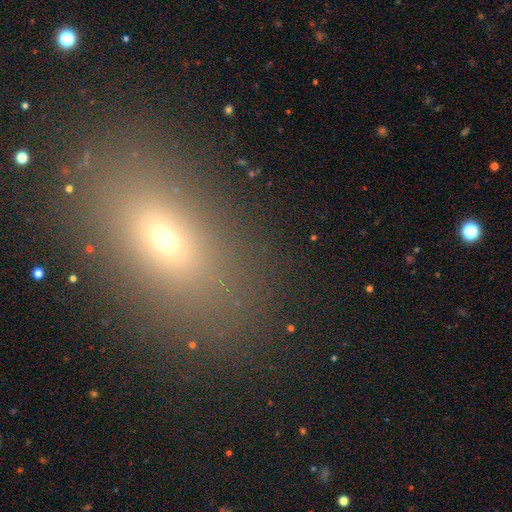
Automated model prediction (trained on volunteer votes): This appears to be a smooth galaxy with no disk features (58%) that is in between round and cigar-shaped (71%). Merging: none (84%).